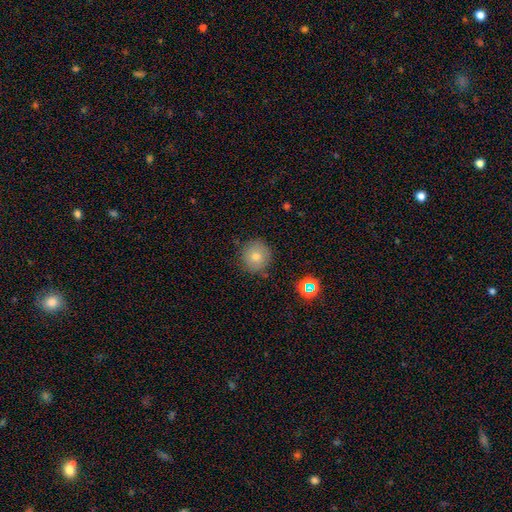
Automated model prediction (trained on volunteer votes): smooth_or_featured: smooth (p=0.70) [alt: star or artifact p=0.16]
how_rounded: round (p=0.93) [alt: in between p=0.06]
merging: none (p=0.86) [alt: minor disturbance p=0.10]